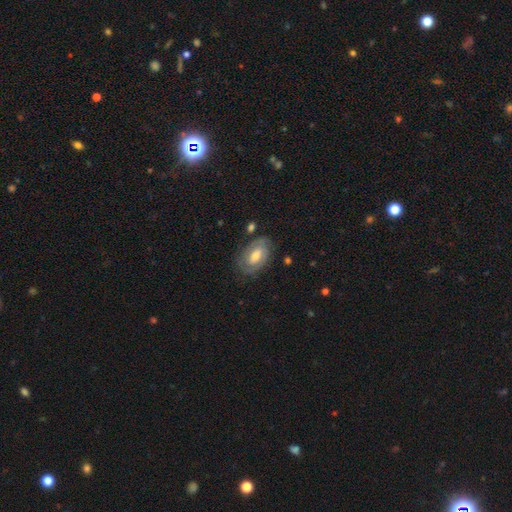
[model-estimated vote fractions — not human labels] smooth_or_featured: featured or disk (p=0.61) [alt: smooth p=0.32]
disk_edge_on: no (p=0.94) [alt: yes p=0.06]
bar: weak (p=0.44) [alt: no p=0.42]
has_spiral_arms: yes (p=0.76) [alt: no p=0.24]
bulge_size: moderate (p=0.61) [alt: small p=0.22]
merging: none (p=0.76) [alt: minor disturbance p=0.16]